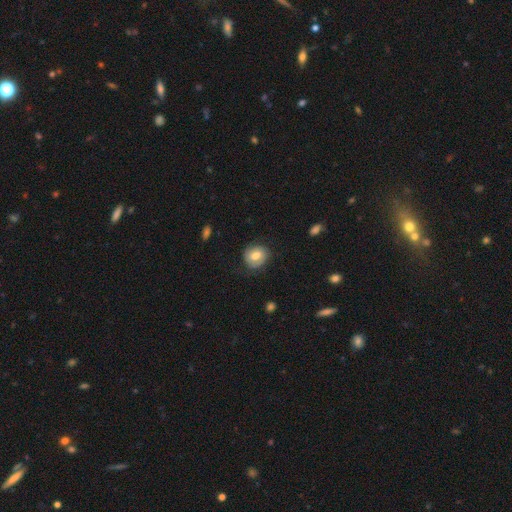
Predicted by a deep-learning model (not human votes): Smooth or featured? Predicted: smooth (p=0.69). How rounded? Predicted: round (p=0.73). Merging? Predicted: none (p=0.75).